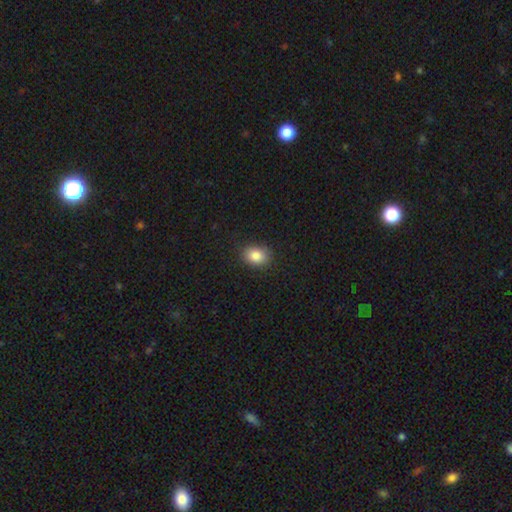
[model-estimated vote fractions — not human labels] Morphology: type=smooth (86%); roundness=in between (60%); merging=none (85%).